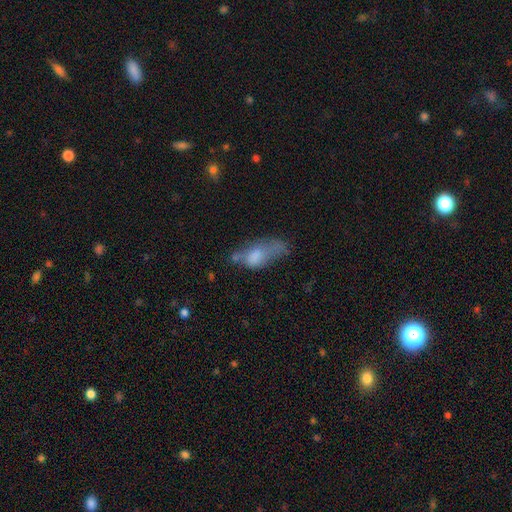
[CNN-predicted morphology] Smooth or featured: smooth — 62% (featured or disk — 27%)
How rounded: in between — 79% (cigar-shaped — 17%)
Merging: major disturbance — 33% (minor disturbance — 27%)